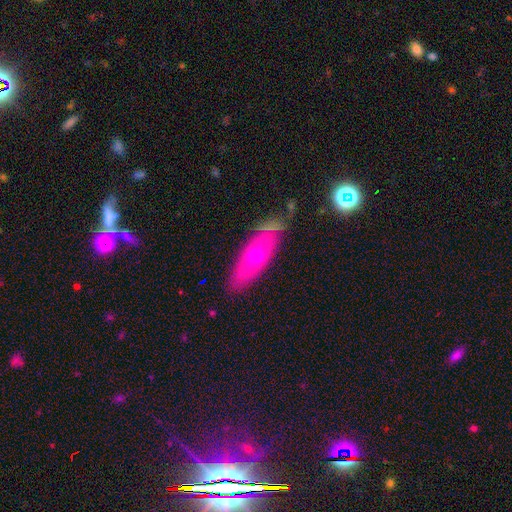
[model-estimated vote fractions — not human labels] A smooth galaxy with no disk features (57%) that is in between round and cigar-shaped (56%). Merging: none (78%).